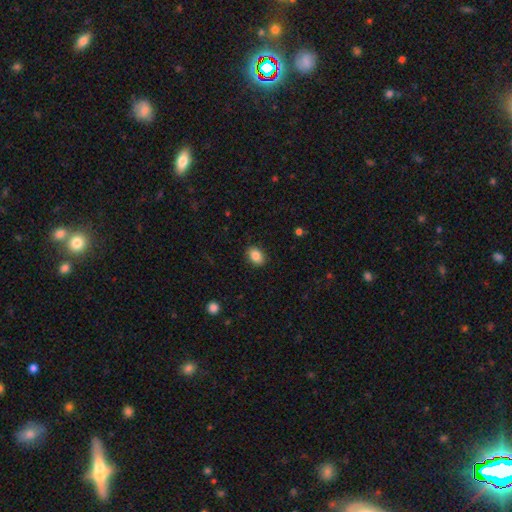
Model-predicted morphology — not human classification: This is clearly a smooth galaxy (87%). How rounded: likely in between (75%). Merging: clearly none (89%).